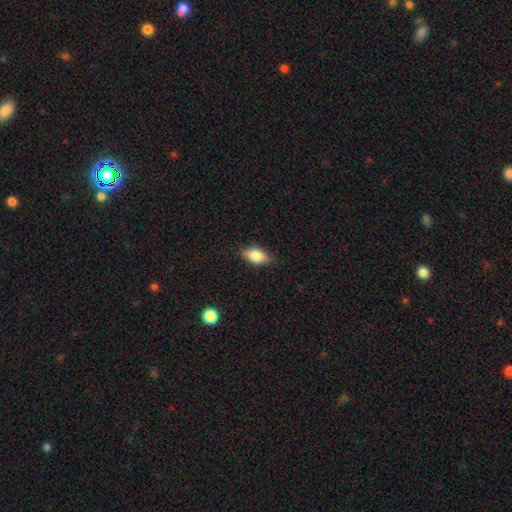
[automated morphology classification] The model was most divided on "merging": none: 82%, minor disturbance: 14%, major disturbance: 3%, merger: 1%. More confident: how rounded — in between (88%); smooth or featured — smooth (81%).